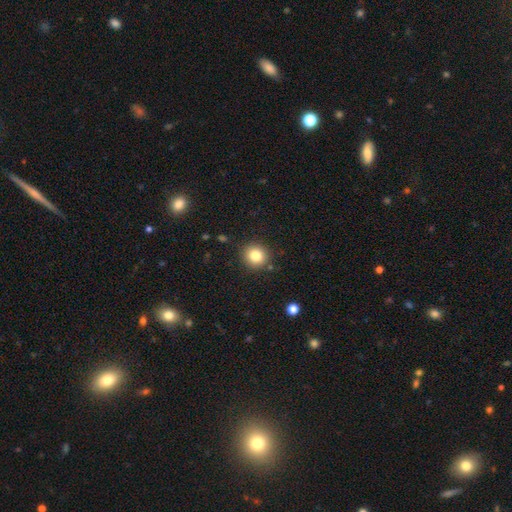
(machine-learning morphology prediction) Smooth or featured?
  - smooth: 82% *
  - star or artifact: 11%
  - featured or disk: 7%
How rounded?
  - round: 88% *
  - in between: 11%
  - cigar-shaped: 1%
Merging?
  - none: 88% *
  - minor disturbance: 8%
  - major disturbance: 2%
  - merger: 2%